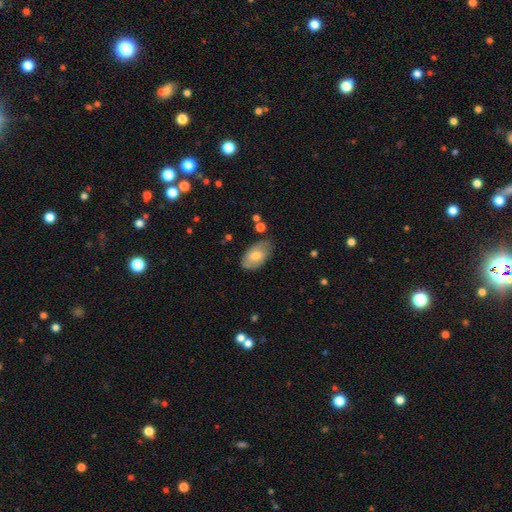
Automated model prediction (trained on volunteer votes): A smooth galaxy with no disk features (62%) that is in between round and cigar-shaped (93%).

Vote fractions:
- Smooth or featured? smooth: 62% / featured or disk: 31% / star or artifact: 7%
- How rounded? in between: 93% / round: 5% / cigar-shaped: 2%
- Merging? none: 68% / minor disturbance: 24% / major disturbance: 5% / merger: 3%